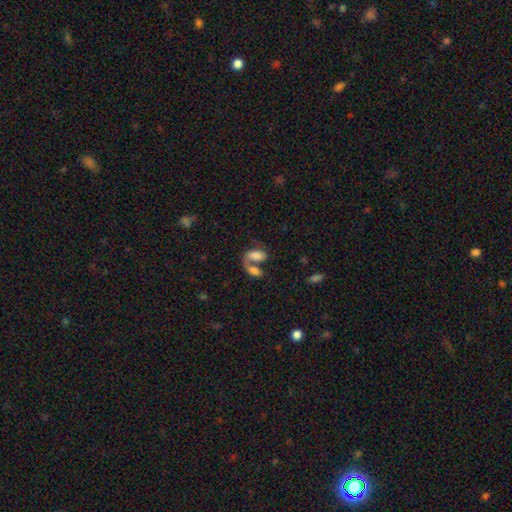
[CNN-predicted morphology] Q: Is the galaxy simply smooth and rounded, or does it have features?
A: smooth — 65%.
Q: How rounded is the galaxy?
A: in between — 90%.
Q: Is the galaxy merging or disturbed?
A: merger — 64%.